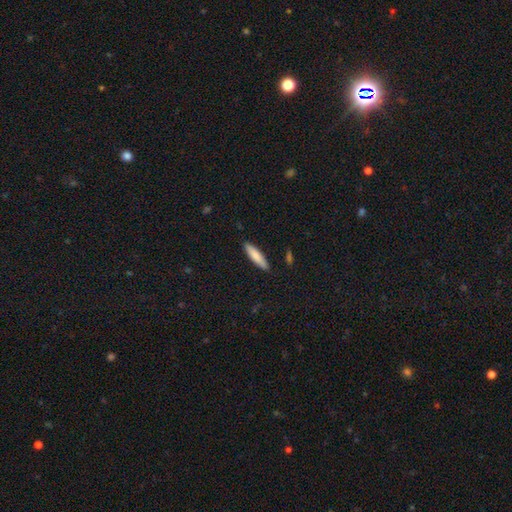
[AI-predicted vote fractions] smooth-or-featured: smooth: 81% | featured or disk: 14% | star or artifact: 5%
  how-rounded: cigar-shaped: 78% | in between: 21% | round: 1%
  merging: none: 89% | minor disturbance: 8% | major disturbance: 2% | merger: 1%